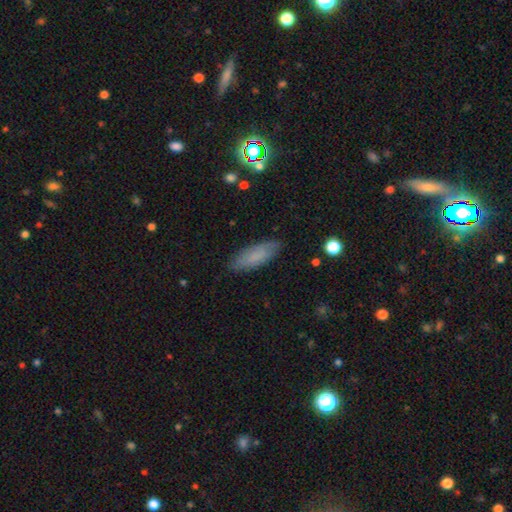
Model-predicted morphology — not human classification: A smooth galaxy with no disk features (76%) that is in between round and cigar-shaped (65%). Merging: none (84%).